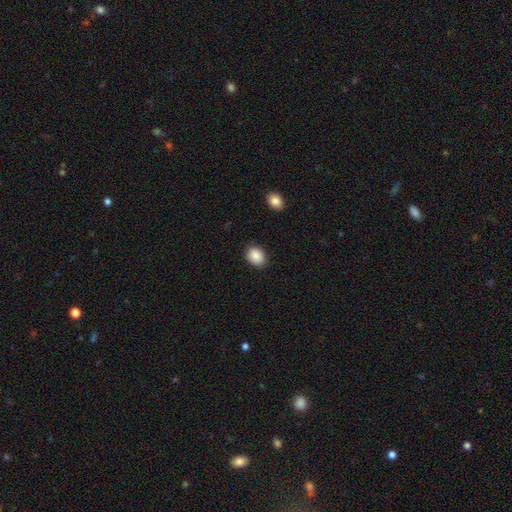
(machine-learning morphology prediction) A smooth galaxy with no disk features (89%) that is in between round and cigar-shaped (53%). Merging: none (87%).